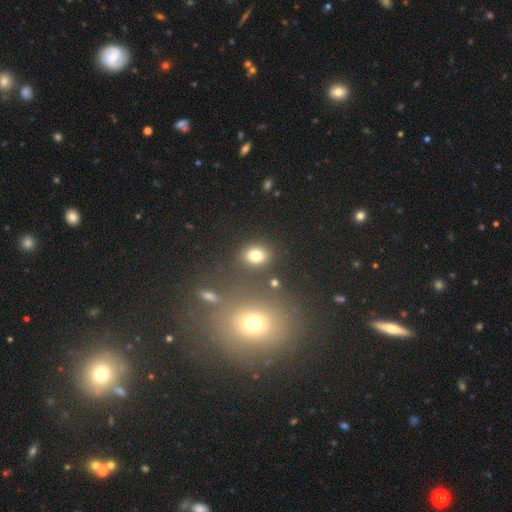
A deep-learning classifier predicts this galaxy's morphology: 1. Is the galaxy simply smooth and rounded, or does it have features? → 78% smooth, 14% star or artifact, 8% featured or disk.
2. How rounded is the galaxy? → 50% round, 49% in between, 1% cigar-shaped.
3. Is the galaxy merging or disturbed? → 82% none, 9% minor disturbance, 5% merger, 4% major disturbance.